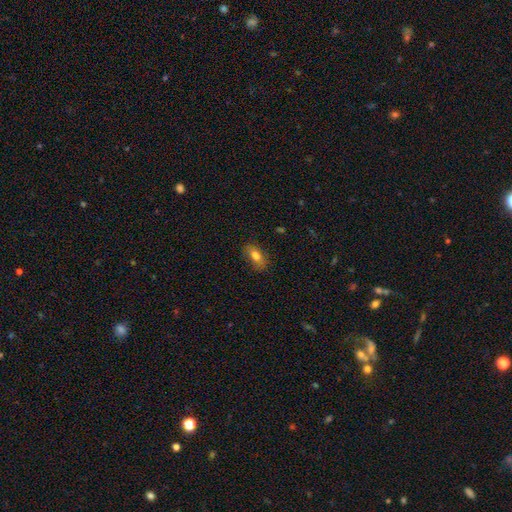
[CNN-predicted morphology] Smooth or featured? smooth (77%)
How rounded? in between (86%)
Merging? none (74%)